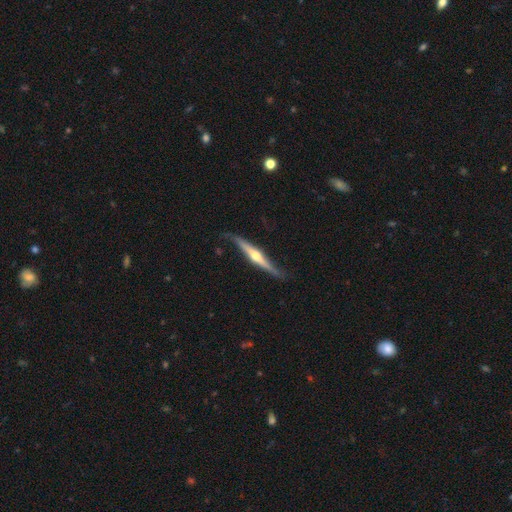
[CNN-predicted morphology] Smooth or featured: featured or disk — 78% (smooth — 18%)
Edge-on disk: yes — 95% (no — 5%)
Edge-on bulge: rounded — 91% (none — 5%)
Merging: none — 73% (minor disturbance — 20%)